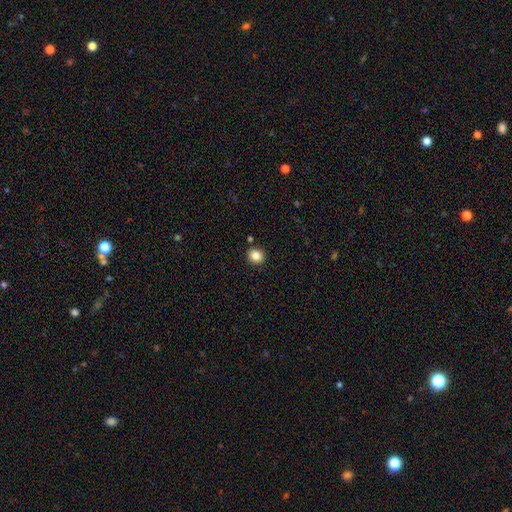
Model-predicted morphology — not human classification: smooth-or-featured: smooth: 84% | star or artifact: 10% | featured or disk: 5%
  how-rounded: round: 85% | in between: 14% | cigar-shaped: 1%
  merging: none: 89% | minor disturbance: 6% | merger: 3% | major disturbance: 2%